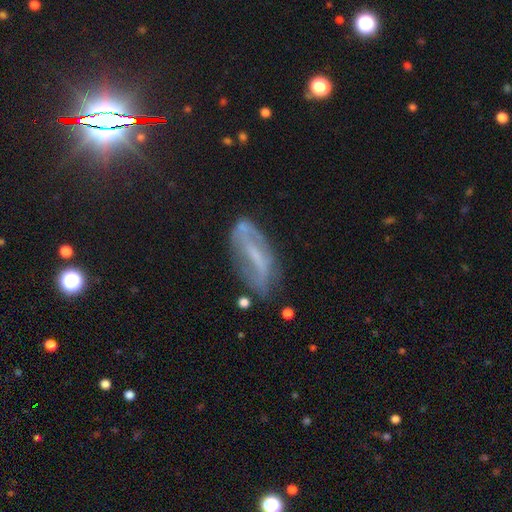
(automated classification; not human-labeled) The model was most divided on "merging": none: 57%, minor disturbance: 25%, major disturbance: 13%, merger: 5%. More confident: edge-on disk — no (80%); smooth or featured — featured or disk (61%).